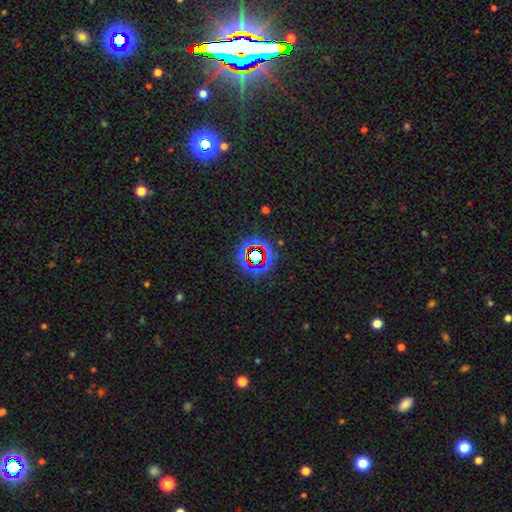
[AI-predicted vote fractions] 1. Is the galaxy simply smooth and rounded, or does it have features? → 72% star or artifact, 18% smooth, 10% featured or disk.